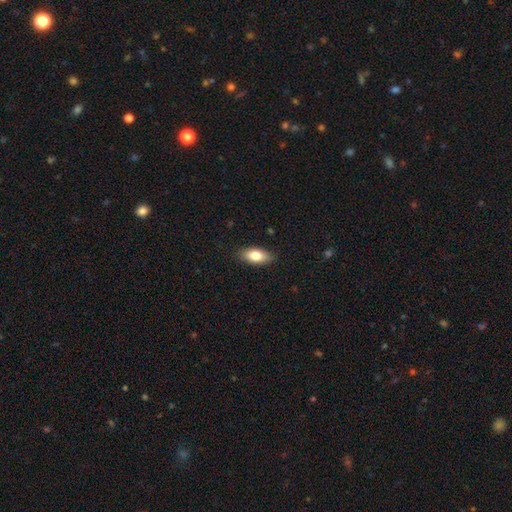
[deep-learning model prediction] smooth-or-featured: smooth: 80% | featured or disk: 13% | star or artifact: 7%
  how-rounded: in between: 87% | cigar-shaped: 8% | round: 4%
  merging: none: 87% | minor disturbance: 10% | major disturbance: 2% | merger: 1%